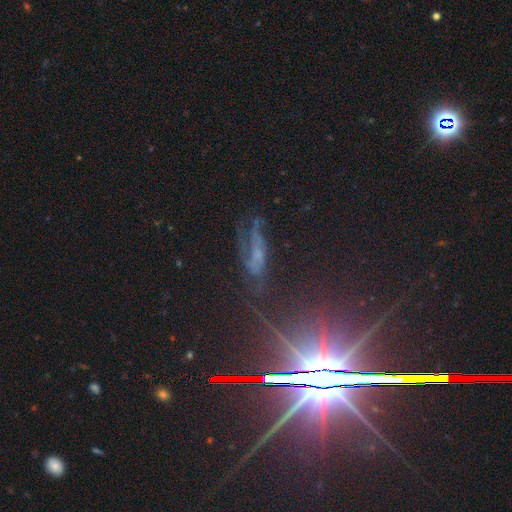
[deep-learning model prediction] star or artifact 43%, featured or disk 42%, smooth 15%.